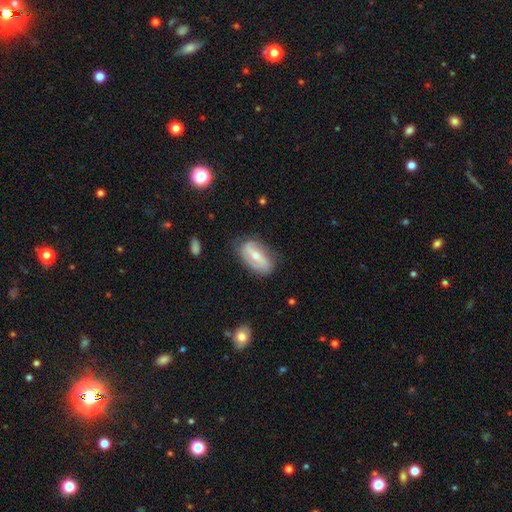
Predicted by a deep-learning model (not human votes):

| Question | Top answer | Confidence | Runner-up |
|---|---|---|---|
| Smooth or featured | featured or disk | 70% | smooth (24%) |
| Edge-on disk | no | 92% | yes (8%) |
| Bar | strong | 41% | weak (34%) |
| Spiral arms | yes | 79% | no (21%) |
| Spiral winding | loose | 42% | medium (34%) |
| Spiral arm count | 2 | 82% | can't tell (11%) |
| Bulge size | moderate | 49% | small (47%) |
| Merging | none | 74% | minor disturbance (19%) |